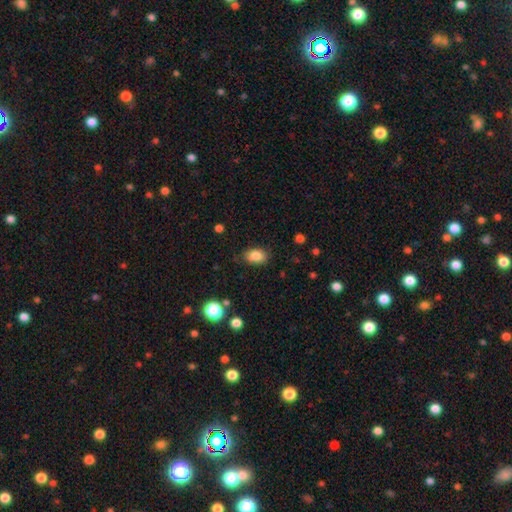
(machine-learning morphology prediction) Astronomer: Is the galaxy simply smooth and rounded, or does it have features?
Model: smooth — 85%.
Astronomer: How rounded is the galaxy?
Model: in between — 84%.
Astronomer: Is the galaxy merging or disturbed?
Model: none — 81%.